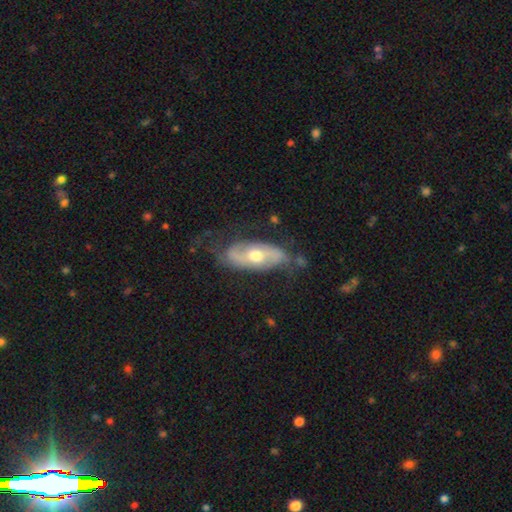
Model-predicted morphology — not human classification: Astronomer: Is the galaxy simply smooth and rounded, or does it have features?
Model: featured or disk — 69%.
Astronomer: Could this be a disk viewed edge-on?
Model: no — 85%.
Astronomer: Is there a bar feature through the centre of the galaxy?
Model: no — 60%.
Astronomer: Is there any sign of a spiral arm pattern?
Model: yes — 73%.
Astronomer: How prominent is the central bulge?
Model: moderate — 77%.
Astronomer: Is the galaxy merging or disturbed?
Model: none — 63%.